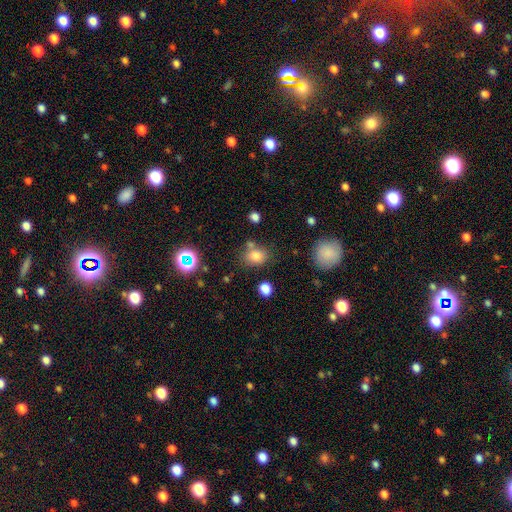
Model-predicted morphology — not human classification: Q: Smooth or featured?
A: smooth (77%); runner-up: star or artifact (14%)
Q: How rounded?
A: round (50%); runner-up: in between (49%)
Q: Merging?
A: none (66%); runner-up: minor disturbance (15%)